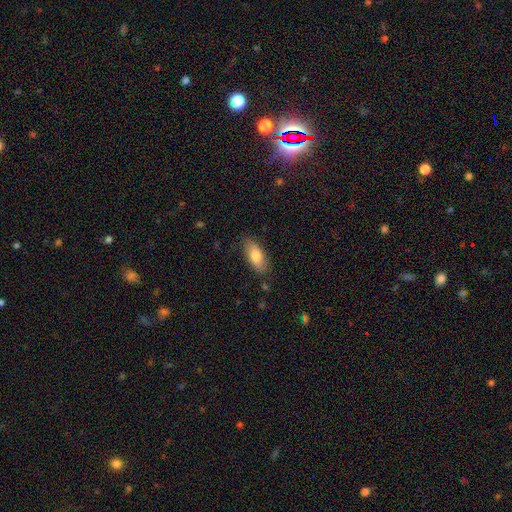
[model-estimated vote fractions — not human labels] Q: Smooth or featured?
A: smooth (78%); runner-up: featured or disk (15%)
Q: How rounded?
A: in between (85%); runner-up: cigar-shaped (13%)
Q: Merging?
A: none (80%); runner-up: minor disturbance (15%)